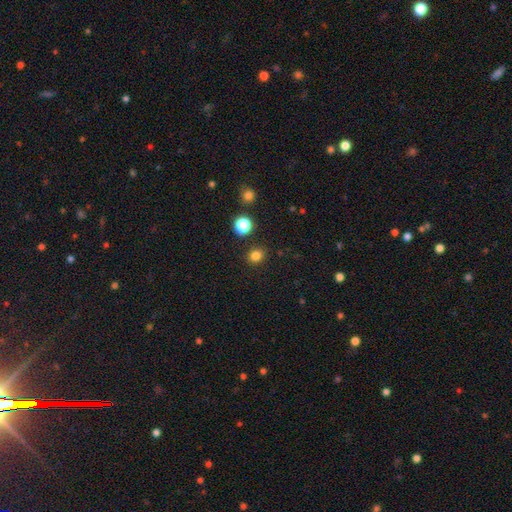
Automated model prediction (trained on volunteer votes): A smooth galaxy with no disk features (80%) that is round (69%).

Vote fractions:
- Smooth or featured? smooth: 80% / star or artifact: 15% / featured or disk: 4%
- How rounded? round: 69% / in between: 30% / cigar-shaped: 1%
- Merging? none: 87% / minor disturbance: 7% / merger: 3% / major disturbance: 2%